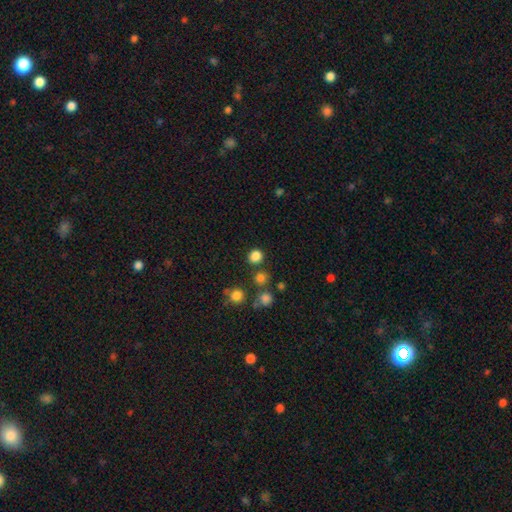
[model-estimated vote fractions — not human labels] This is clearly a smooth galaxy (81%). How rounded: clearly round (84%). Merging: clearly none (83%).